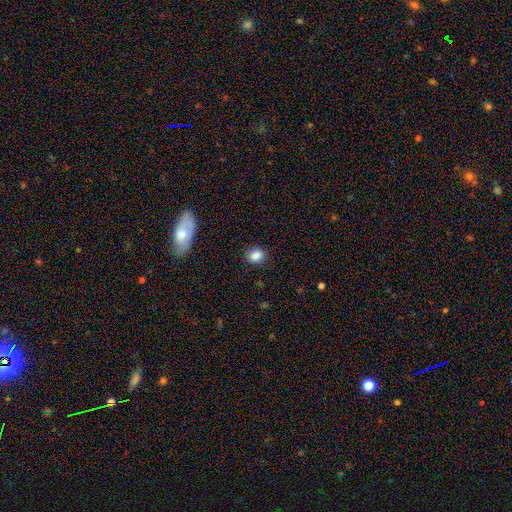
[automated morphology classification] A smooth galaxy with no disk features (86%) that is round (50%). Merging: none (87%).